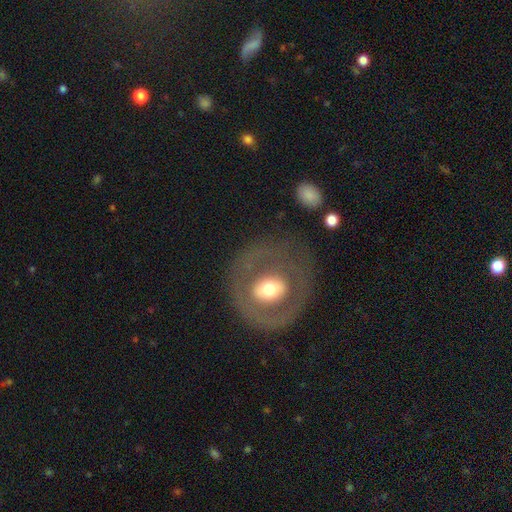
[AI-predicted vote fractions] smooth_or_featured: featured or disk (p=0.59) [alt: smooth p=0.31]
disk_edge_on: no (p=0.93) [alt: yes p=0.07]
bar: no (p=0.53) [alt: weak p=0.29]
has_spiral_arms: no (p=0.74) [alt: yes p=0.26]
bulge_size: moderate (p=0.67) [alt: large p=0.17]
merging: none (p=0.74) [alt: minor disturbance p=0.14]